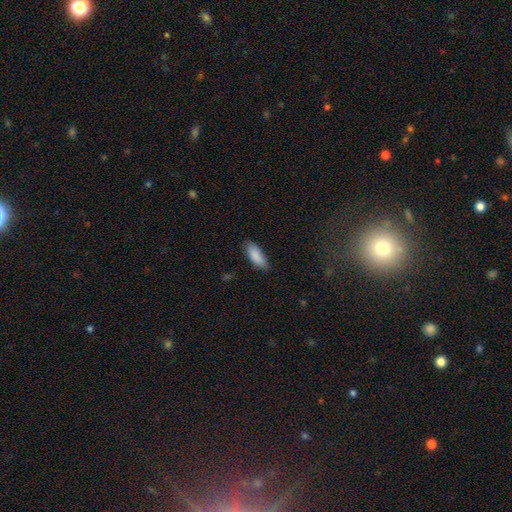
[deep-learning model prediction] Overall: smooth (89%). How rounded: in between (76%). Merging: none (80%).